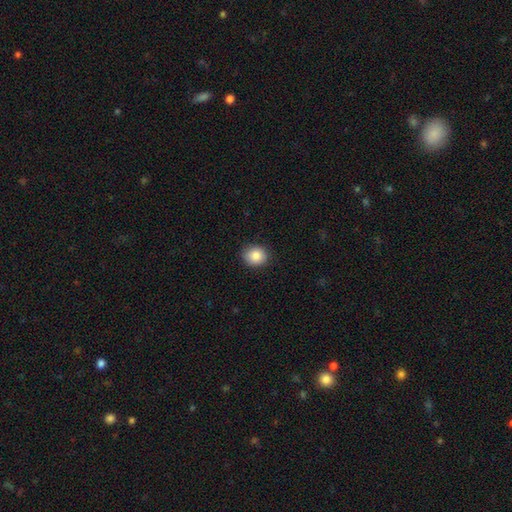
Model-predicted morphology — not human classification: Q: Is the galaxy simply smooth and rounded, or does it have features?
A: smooth — 87%.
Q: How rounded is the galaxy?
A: round — 76%.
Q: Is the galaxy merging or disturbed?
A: none — 88%.